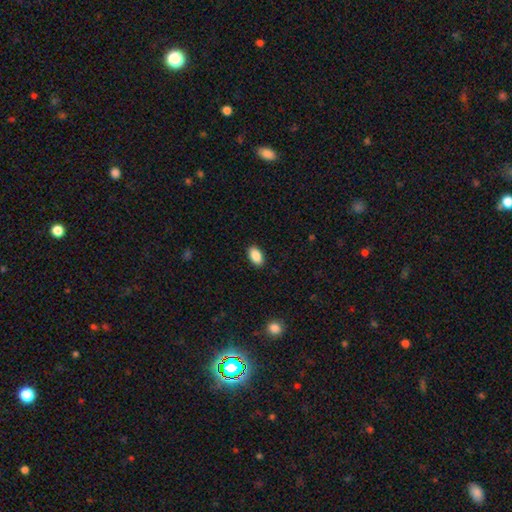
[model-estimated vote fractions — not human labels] A smooth galaxy with no disk features (89%) that is in between round and cigar-shaped (93%). Merging: none (89%).